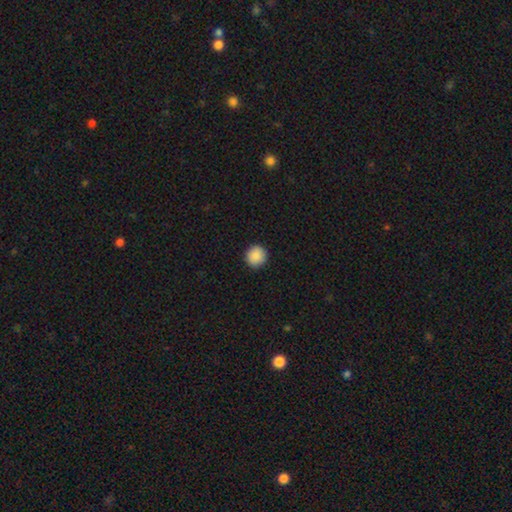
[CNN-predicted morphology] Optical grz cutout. It shows a smooth galaxy with no disk features (89%) that is round (94%). Merging: none (92%).